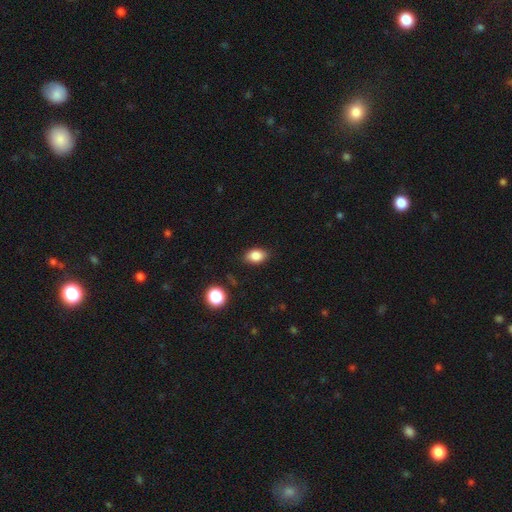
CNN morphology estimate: smooth_or_featured: smooth (p=0.85) [alt: star or artifact p=0.10]
how_rounded: in between (p=0.83) [alt: round p=0.16]
merging: none (p=0.85) [alt: minor disturbance p=0.11]